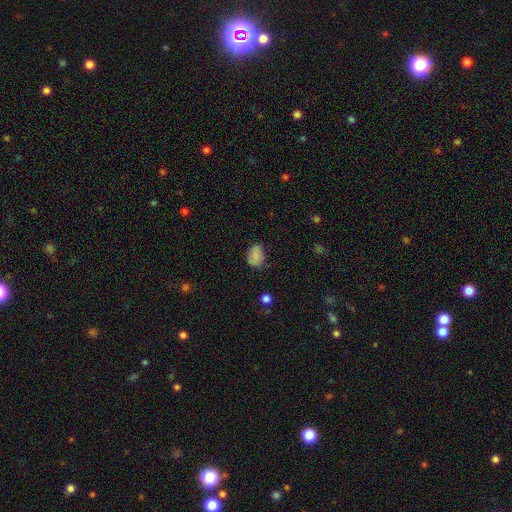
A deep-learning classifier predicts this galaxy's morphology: type=smooth (84%); roundness=in between (74%); merging=none (63%).